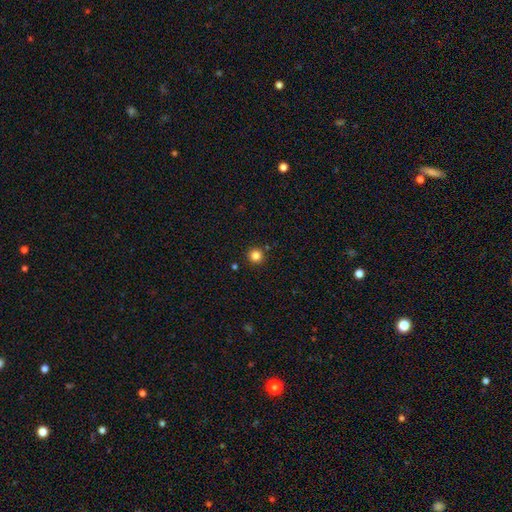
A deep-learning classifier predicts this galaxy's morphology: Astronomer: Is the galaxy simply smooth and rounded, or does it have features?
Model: smooth — 83%.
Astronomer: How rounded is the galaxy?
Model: round — 96%.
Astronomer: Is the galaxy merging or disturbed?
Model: none — 90%.